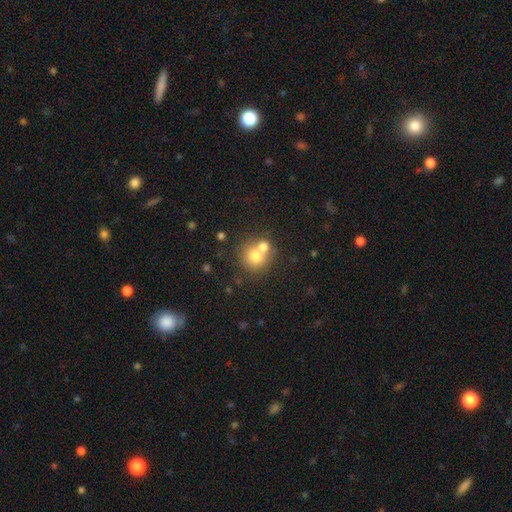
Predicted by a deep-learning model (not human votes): This is likely a smooth galaxy (72%). How rounded: clearly round (85%). Merging: possibly merger (48%).